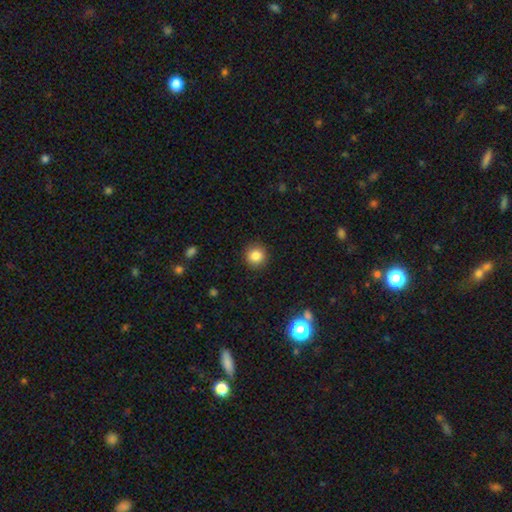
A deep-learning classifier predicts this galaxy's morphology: type=smooth (85%); roundness=round (93%); merging=none (90%).